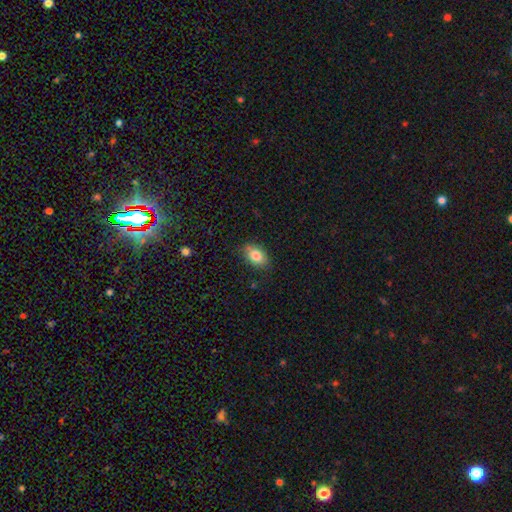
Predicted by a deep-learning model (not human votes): A smooth galaxy with no disk features (83%) that is in between round and cigar-shaped (85%). Merging: none (81%).